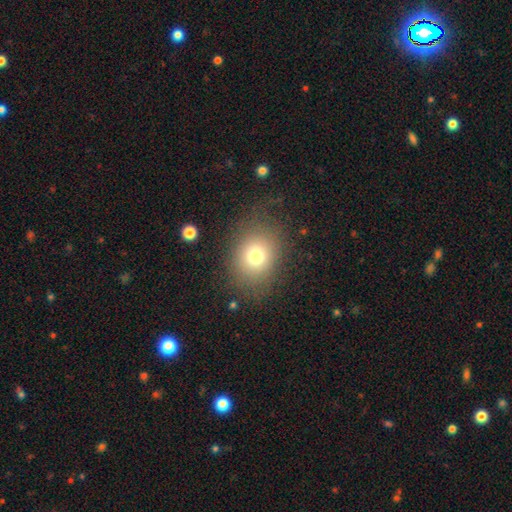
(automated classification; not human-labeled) Morphology: type=smooth (74%); roundness=round (53%); merging=none (75%).